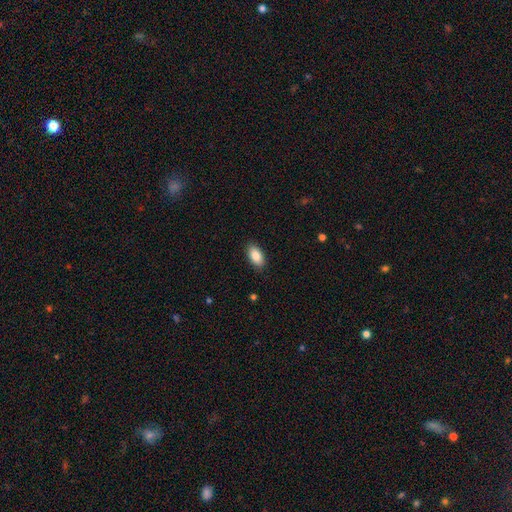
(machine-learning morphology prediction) Q: Smooth or featured?
A: smooth (87%); runner-up: star or artifact (7%)
Q: How rounded?
A: in between (94%); runner-up: round (4%)
Q: Merging?
A: none (88%); runner-up: minor disturbance (9%)